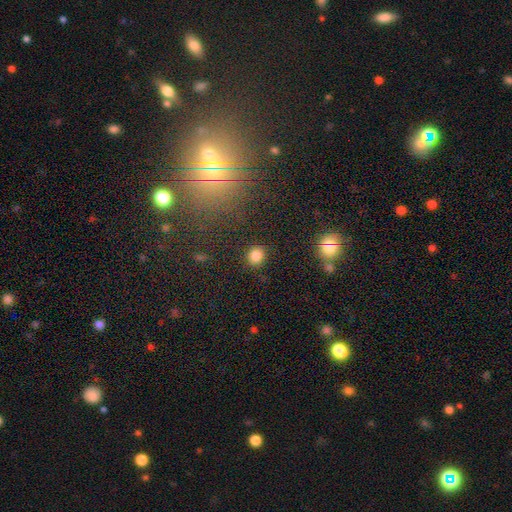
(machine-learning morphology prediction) The model was most divided on "how rounded": round: 82%, in between: 17%, cigar-shaped: 1%. More confident: merging — none (87%); smooth or featured — smooth (84%).